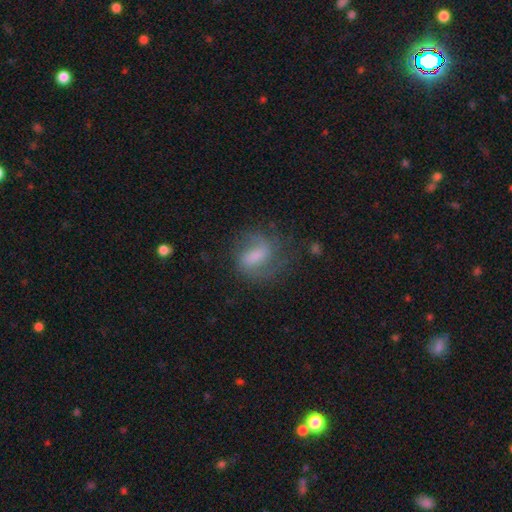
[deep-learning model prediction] Smooth or featured? Predicted: featured or disk (p=0.56). Edge-on disk? Predicted: no (p=0.95). Bar? Predicted: weak (p=0.42). Spiral arms? Predicted: yes (p=0.82). Bulge size? Predicted: moderate (p=0.28, tied with none). Merging? Predicted: none (p=0.56).